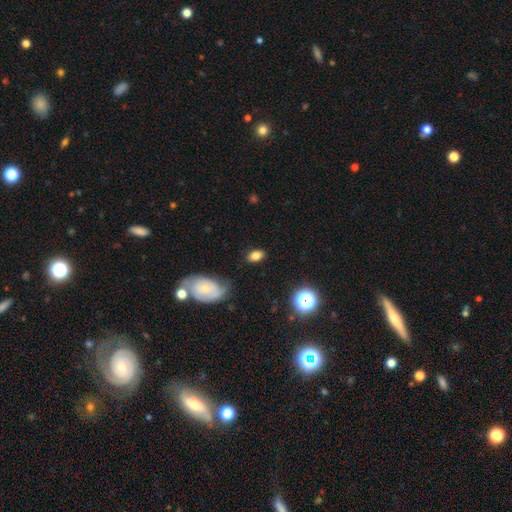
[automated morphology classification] type=smooth (79%); roundness=in between (85%); merging=none (79%).